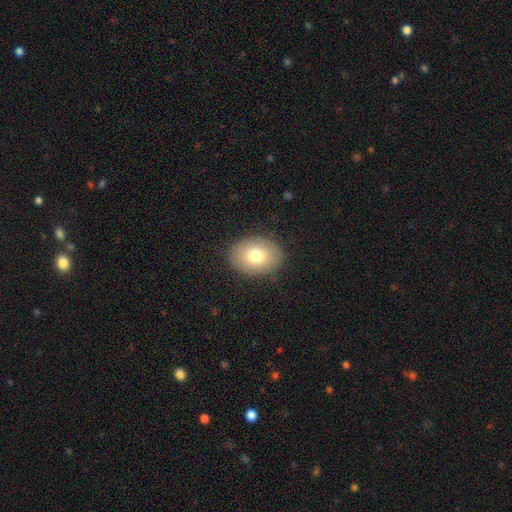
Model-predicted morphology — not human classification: A smooth galaxy with no disk features (77%) that is in between round and cigar-shaped (68%). Merging: none (87%).